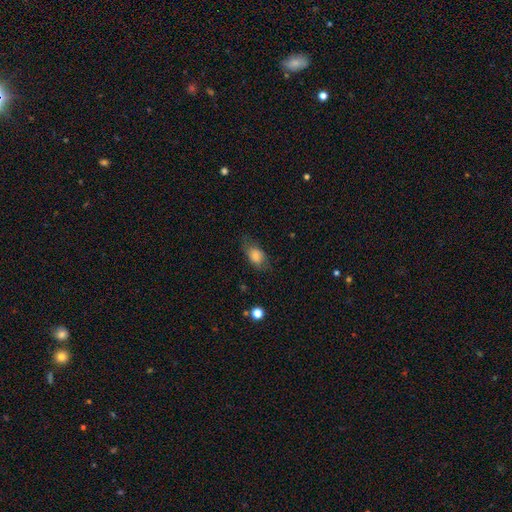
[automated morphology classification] Q: Smooth or featured?
A: smooth (78%); runner-up: featured or disk (13%)
Q: How rounded?
A: in between (81%); runner-up: round (15%)
Q: Merging?
A: none (65%); runner-up: minor disturbance (23%)